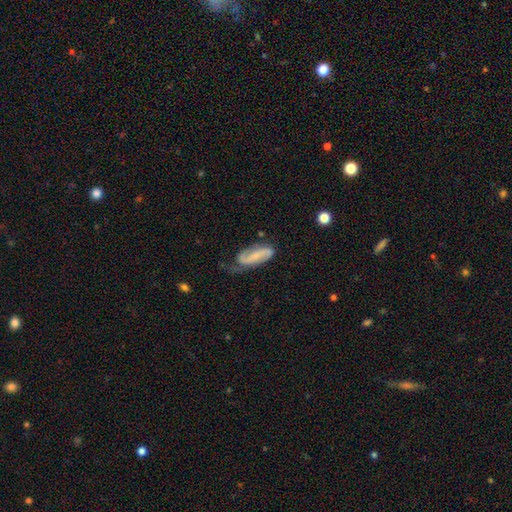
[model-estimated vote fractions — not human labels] smooth-or-featured: featured or disk: 62% | smooth: 31% | star or artifact: 7%
  disk-edge-on: no: 91% | yes: 9%
    bar: no: 37% | weak: 32% | strong: 31%
    has-spiral-arms: yes: 90% | no: 10%
      spiral-winding: loose: 41% | medium: 36% | tight: 23%
      spiral-arm-count: 2: 74% | 1: 15% | can't tell: 8% | 3: 1% | 4: 1% | more than 4: 1%
    bulge-size: small: 46% | none: 36% | moderate: 14% | large: 2% | dominant: 1%
  merging: none: 44% | minor disturbance: 32% | major disturbance: 21% | merger: 3%